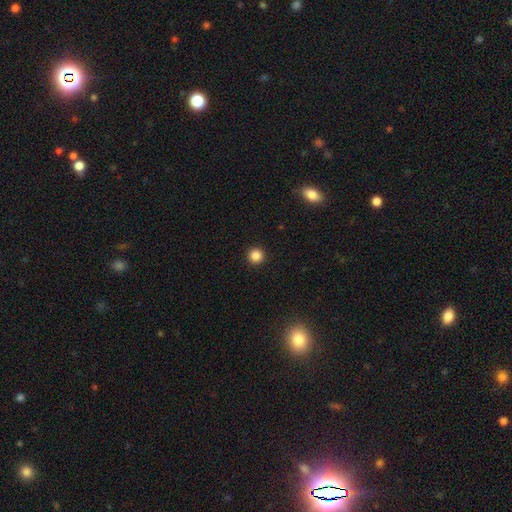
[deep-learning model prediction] Morphology: type=smooth (86%); roundness=round (96%); merging=none (94%).